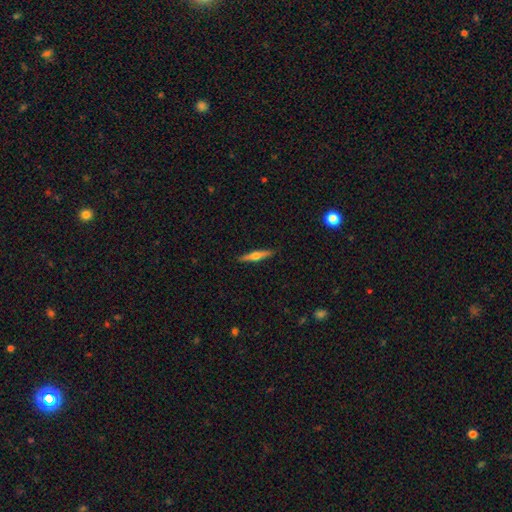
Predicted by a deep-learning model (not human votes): Smooth or featured?
  - featured or disk: 60% *
  - smooth: 34%
  - star or artifact: 6%
Edge-on disk?
  - yes: 97% *
  - no: 3%
Edge-on bulge?
  - rounded: 91% *
  - none: 4%
  - boxy: 4%
Merging?
  - none: 91% *
  - minor disturbance: 7%
  - major disturbance: 1%
  - merger: 1%